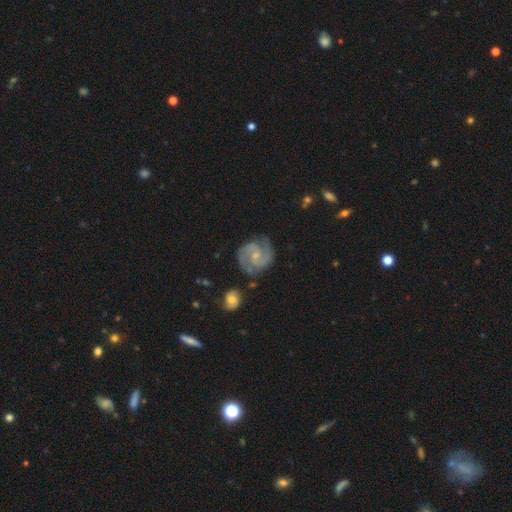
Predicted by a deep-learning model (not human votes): The model was most divided on "bar": no: 46%, weak: 45%, strong: 8%. More confident: edge-on disk — no (98%); spiral arms — yes (98%); smooth or featured — featured or disk (89%); spiral arm count — 2 (87%); merging — none (76%); bulge size — small (65%); spiral winding — medium (53%).